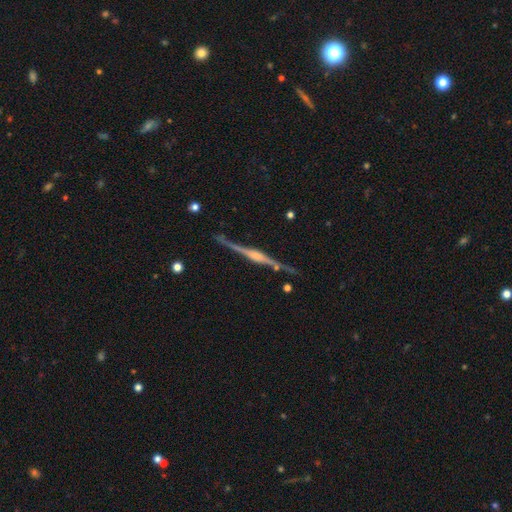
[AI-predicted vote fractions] Overall: featured or disk (88%). Edge-on disk: yes (98%). Edge-on bulge: rounded (68%). Merging: none (83%).